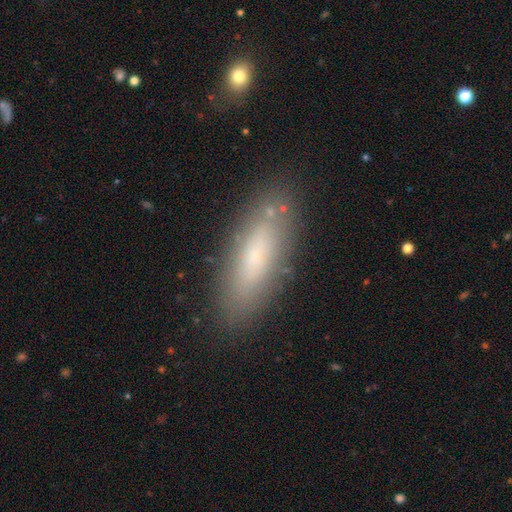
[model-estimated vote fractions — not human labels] Smooth or featured: smooth — 67% (featured or disk — 24%)
How rounded: in between — 56% (cigar-shaped — 41%)
Merging: none — 83% (minor disturbance — 11%)